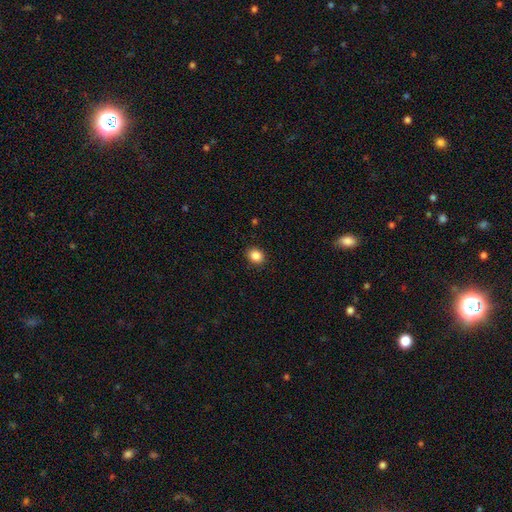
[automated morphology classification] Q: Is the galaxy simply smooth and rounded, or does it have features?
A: smooth — 87%.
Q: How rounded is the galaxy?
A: round — 55%.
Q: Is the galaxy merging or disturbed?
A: none — 90%.